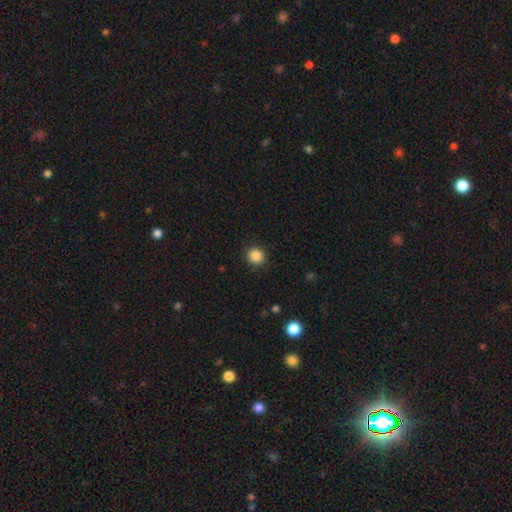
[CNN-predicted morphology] Smooth or featured? smooth (86%)
How rounded? round (90%)
Merging? none (90%)